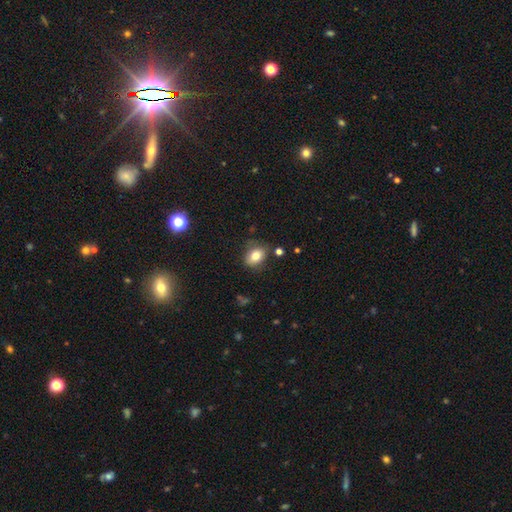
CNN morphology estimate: Smooth or featured? smooth (80%)
How rounded? in between (69%)
Merging? none (74%)